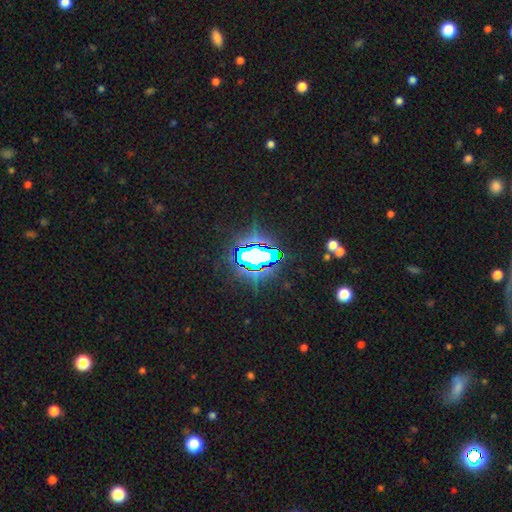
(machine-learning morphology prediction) type=star or artifact (72%).